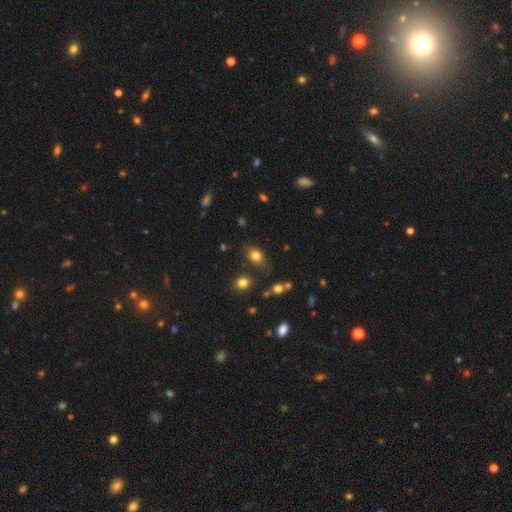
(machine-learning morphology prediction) Overall: smooth (80%). How rounded: in between (69%; round 29%). Merging: none (75%).